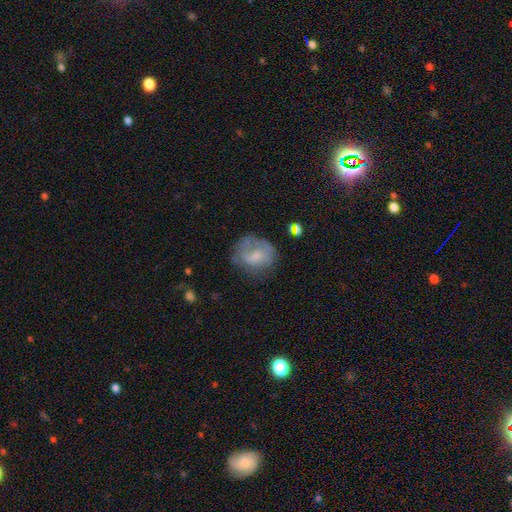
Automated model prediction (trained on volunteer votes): The model was most divided on "smooth or featured": smooth: 50%, featured or disk: 40%, star or artifact: 10%. Remaining: how rounded — round (66%); merging — none (48%).